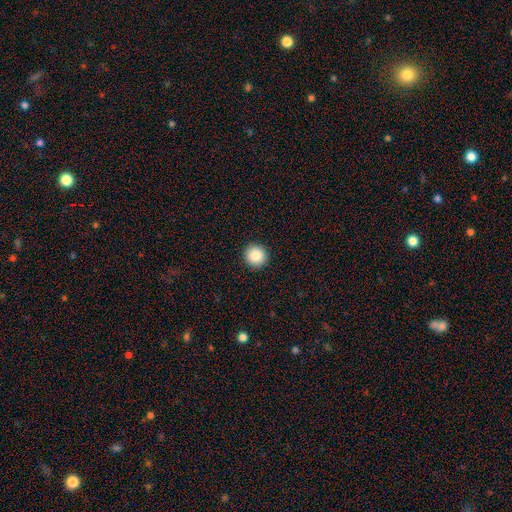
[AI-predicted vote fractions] Smooth or featured?
  - smooth: 88% *
  - star or artifact: 8%
  - featured or disk: 4%
How rounded?
  - round: 95% *
  - in between: 4%
  - cigar-shaped: 1%
Merging?
  - none: 93% *
  - minor disturbance: 4%
  - major disturbance: 2%
  - merger: 1%